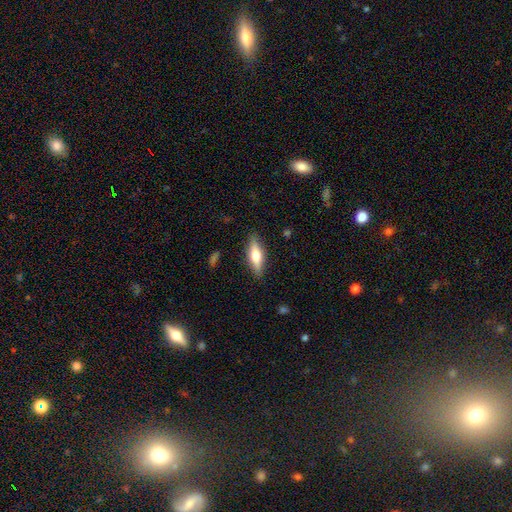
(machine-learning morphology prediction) This appears to be a featured or disk galaxy (48%). Merging: none (87%).